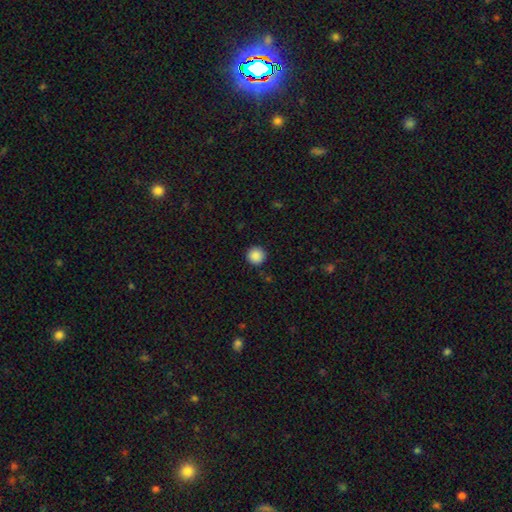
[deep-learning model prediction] A smooth galaxy with no disk features (88%) that is round (95%). Merging: none (91%).